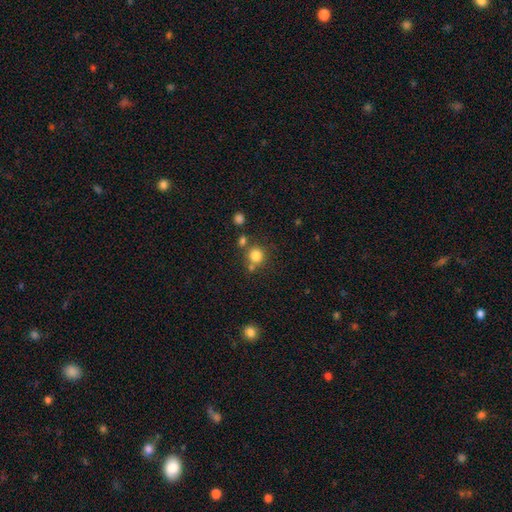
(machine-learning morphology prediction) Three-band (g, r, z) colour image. It shows a smooth galaxy with no disk features (80%) that is round (90%). Merging: none (69%).